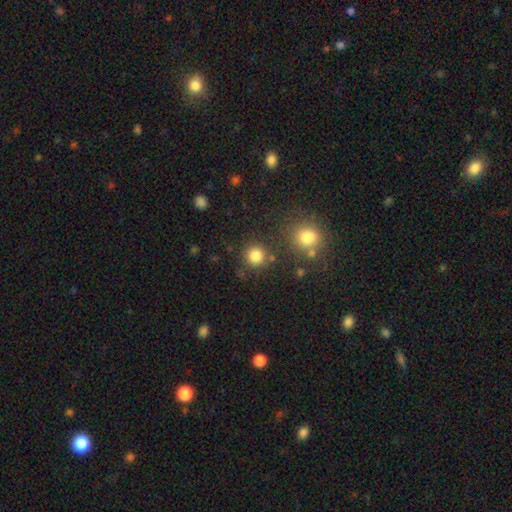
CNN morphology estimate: Smooth or featured: smooth — 83% (star or artifact — 12%)
How rounded: round — 92% (in between — 7%)
Merging: none — 79% (minor disturbance — 8%)